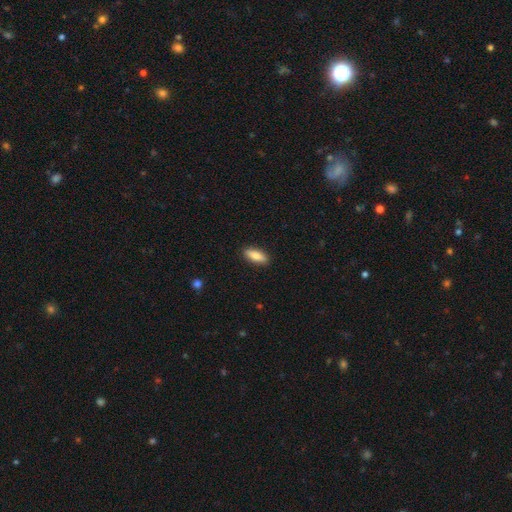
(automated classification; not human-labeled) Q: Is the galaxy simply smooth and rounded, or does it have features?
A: smooth — 82%.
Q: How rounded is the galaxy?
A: in between — 65%.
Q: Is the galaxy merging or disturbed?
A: none — 89%.